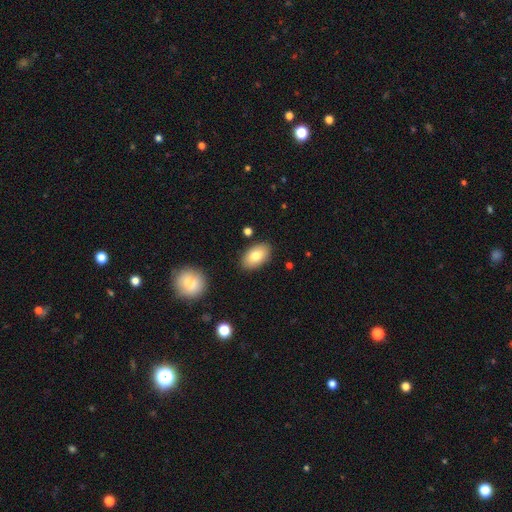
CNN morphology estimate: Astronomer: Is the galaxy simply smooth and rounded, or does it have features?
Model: smooth — 80%.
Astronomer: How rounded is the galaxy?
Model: in between — 93%.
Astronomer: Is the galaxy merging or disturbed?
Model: none — 86%.